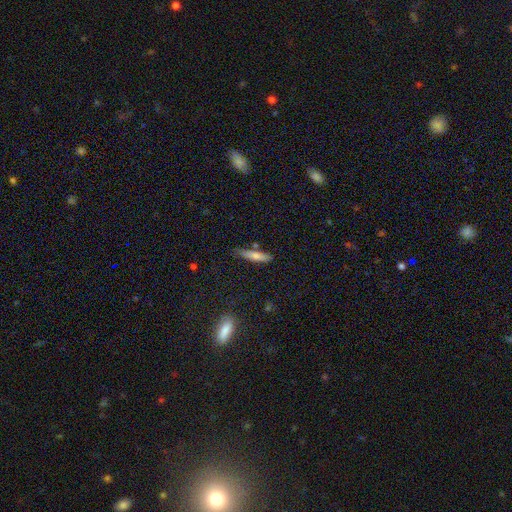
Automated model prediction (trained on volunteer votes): The model was most divided on "smooth or featured": smooth: 65%, featured or disk: 27%, star or artifact: 8%. More confident: how rounded — cigar-shaped (82%); merging — none (76%).